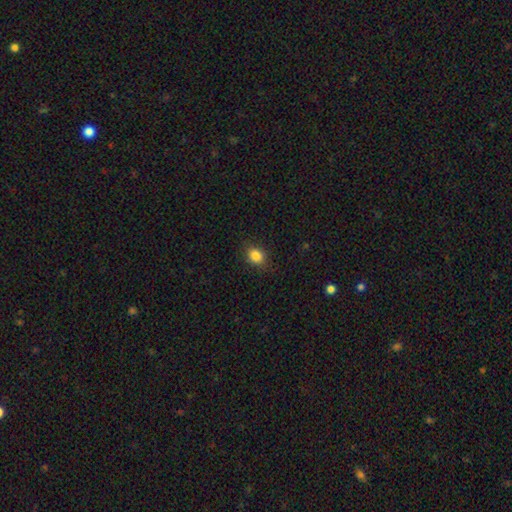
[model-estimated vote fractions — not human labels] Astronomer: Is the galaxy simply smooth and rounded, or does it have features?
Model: smooth — 85%.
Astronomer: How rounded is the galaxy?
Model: round — 50% (runner-up: in between, 49%).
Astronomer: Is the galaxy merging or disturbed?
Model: none — 85%.